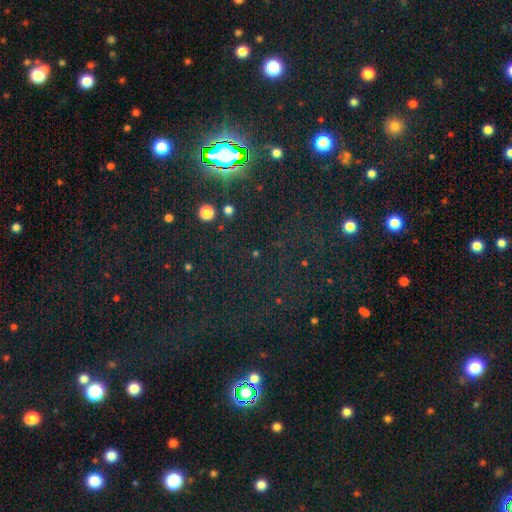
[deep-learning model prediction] The model was most divided on "smooth or featured": star or artifact: 75%, smooth: 16%, featured or disk: 9%.